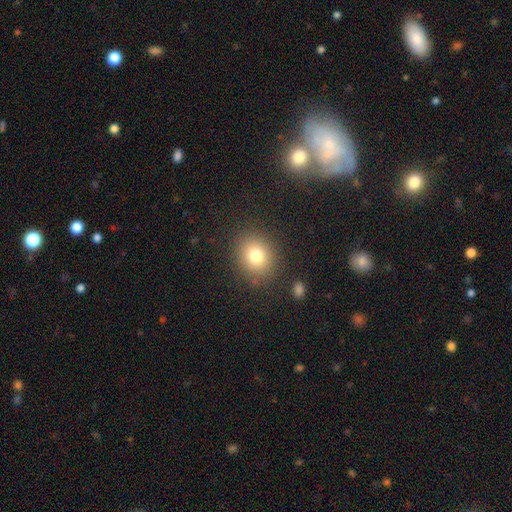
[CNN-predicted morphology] Overall: smooth (77%). How rounded: round (71%). Merging: none (86%).